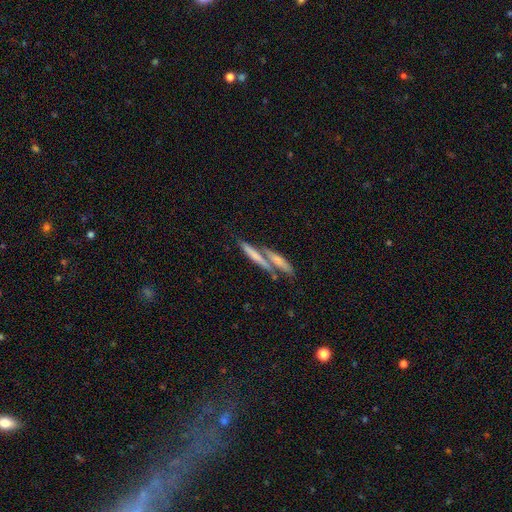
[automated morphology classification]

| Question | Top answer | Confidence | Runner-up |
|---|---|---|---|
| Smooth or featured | smooth | 55% | featured or disk (38%) |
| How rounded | cigar-shaped | 87% | in between (10%) |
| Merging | none | 48% | merger (39%) |